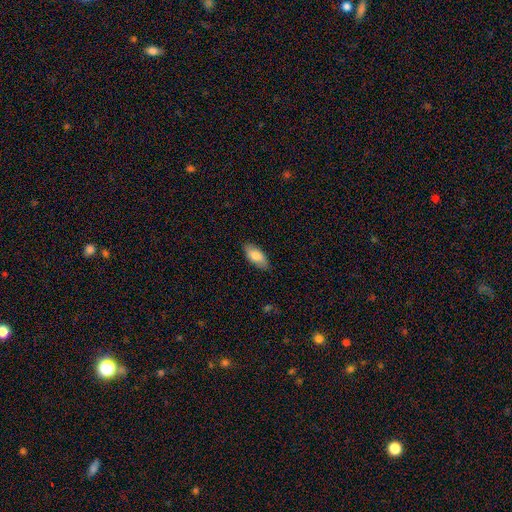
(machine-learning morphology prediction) Overall: smooth (80%). How rounded: in between (88%). Merging: none (85%).